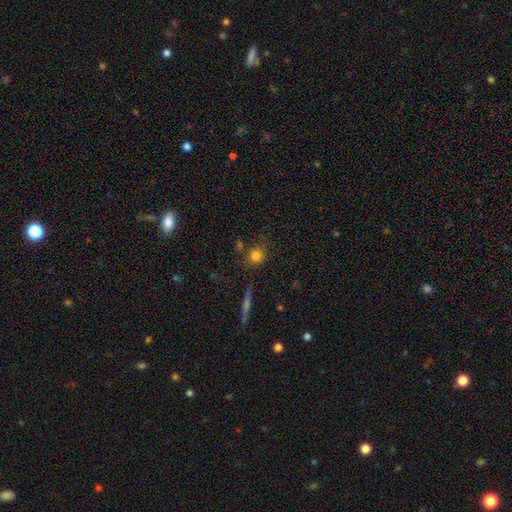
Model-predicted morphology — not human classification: Q: Smooth or featured?
A: smooth (79%); runner-up: star or artifact (12%)
Q: How rounded?
A: round (81%); runner-up: in between (16%)
Q: Merging?
A: none (76%); runner-up: minor disturbance (13%)